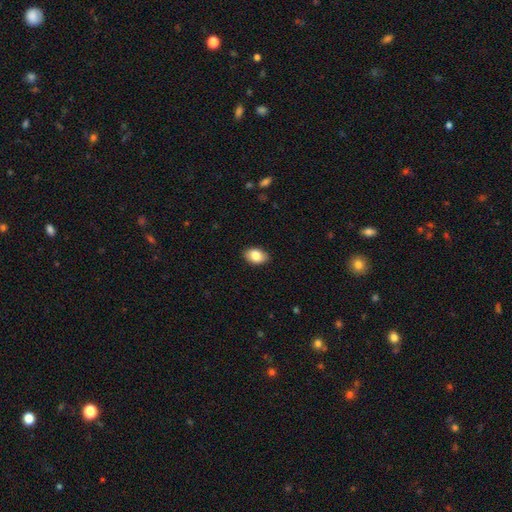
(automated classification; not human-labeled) Morphology: type=smooth (85%); roundness=in between (88%); merging=none (88%).